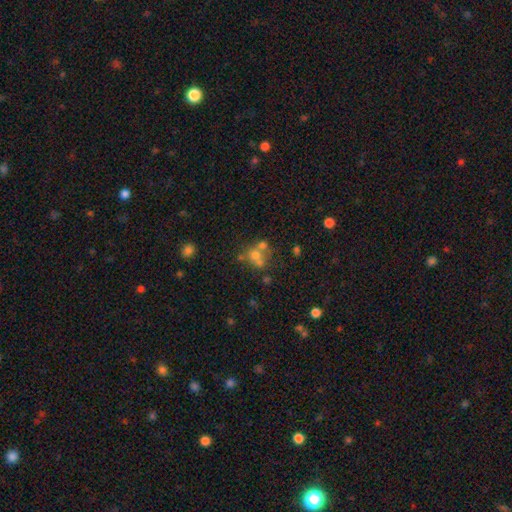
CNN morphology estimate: Smooth or featured: smooth — 55% (star or artifact — 23%)
How rounded: round — 73% (in between — 26%)
Merging: merger — 47% (none — 39%)